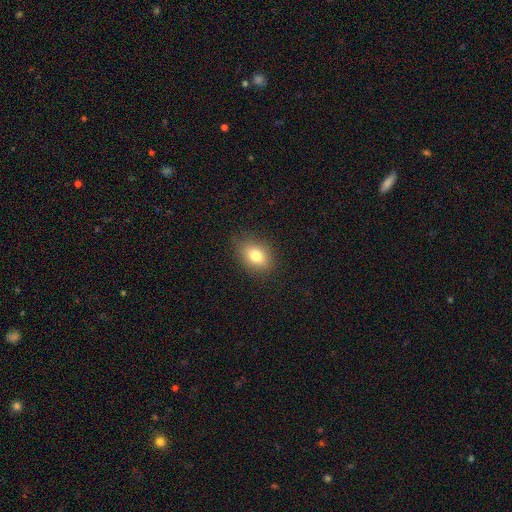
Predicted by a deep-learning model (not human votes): Q: Smooth or featured?
A: smooth (79%); runner-up: featured or disk (11%)
Q: How rounded?
A: in between (69%); runner-up: round (29%)
Q: Merging?
A: none (82%); runner-up: minor disturbance (14%)